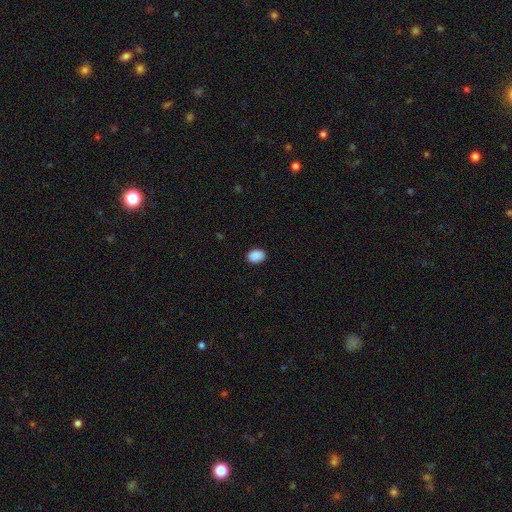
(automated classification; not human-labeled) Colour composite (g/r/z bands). It shows a smooth galaxy with no disk features (89%) that is in between round and cigar-shaped (71%). Merging: none (87%).